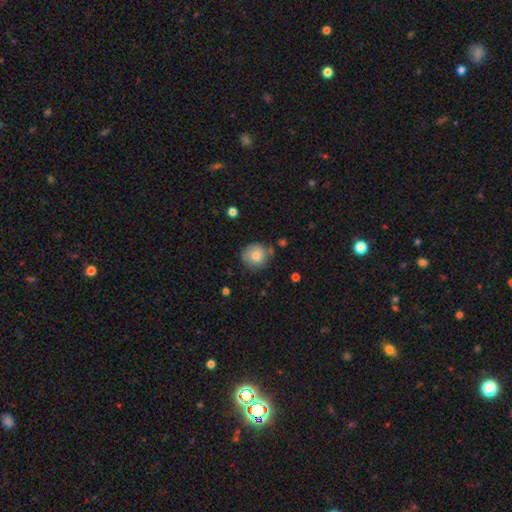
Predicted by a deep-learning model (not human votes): Smooth or featured? smooth (80%)
How rounded? round (89%)
Merging? none (72%)